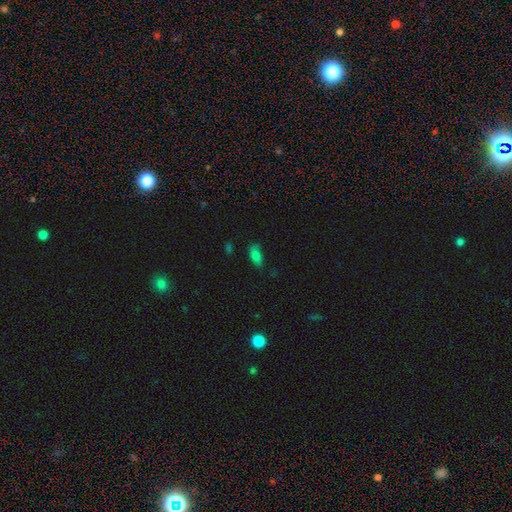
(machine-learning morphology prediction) Smooth or featured? Predicted: smooth (p=0.76). How rounded? Predicted: in between (p=0.83). Merging? Predicted: none (p=0.68).